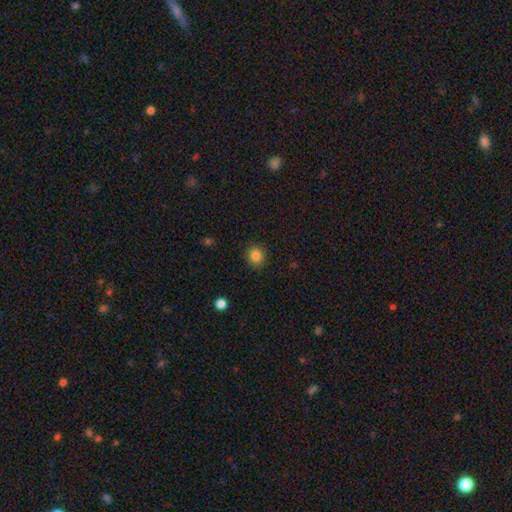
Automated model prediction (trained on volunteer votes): Q: Smooth or featured?
A: smooth (84%); runner-up: star or artifact (11%)
Q: How rounded?
A: round (80%); runner-up: in between (20%)
Q: Merging?
A: none (89%); runner-up: minor disturbance (8%)